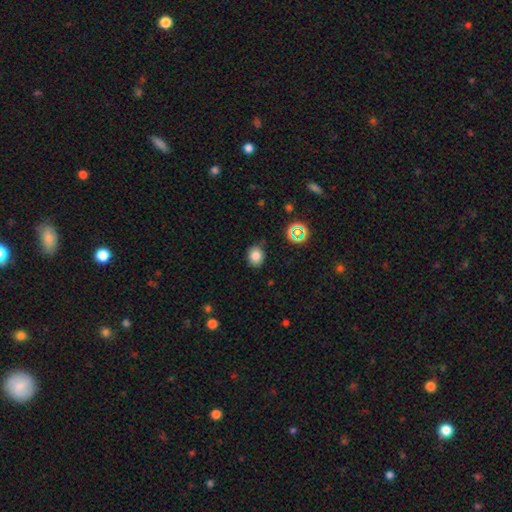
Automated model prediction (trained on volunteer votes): Q: Smooth or featured?
A: smooth (79%); runner-up: star or artifact (14%)
Q: How rounded?
A: round (67%); runner-up: in between (32%)
Q: Merging?
A: none (79%); runner-up: minor disturbance (15%)